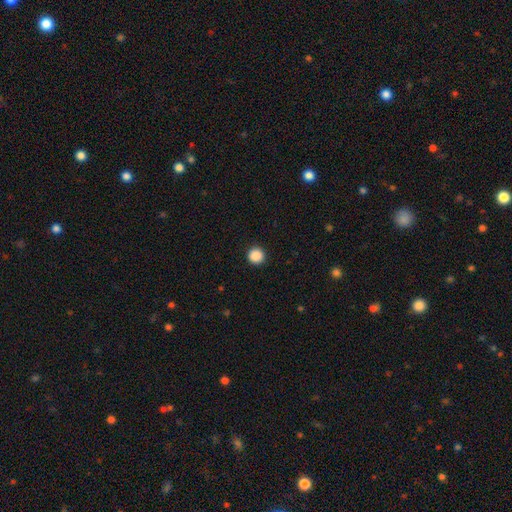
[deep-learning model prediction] Q: Smooth or featured?
A: smooth (89%); runner-up: star or artifact (9%)
Q: How rounded?
A: round (95%); runner-up: in between (4%)
Q: Merging?
A: none (93%); runner-up: minor disturbance (5%)